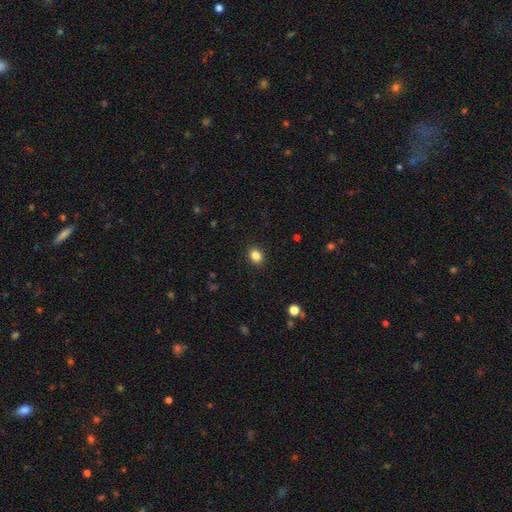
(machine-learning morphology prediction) Smooth or featured? Predicted: smooth (p=0.85). How rounded? Predicted: in between (p=0.56). Merging? Predicted: none (p=0.90).